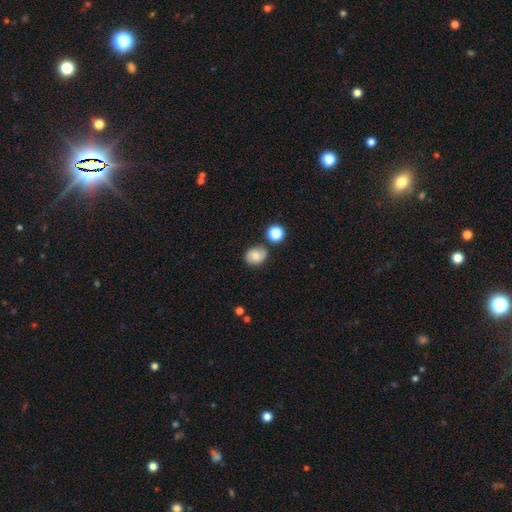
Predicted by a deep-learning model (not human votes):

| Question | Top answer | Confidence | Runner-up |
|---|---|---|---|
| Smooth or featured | smooth | 69% | featured or disk (20%) |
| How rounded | round | 52% | in between (47%) |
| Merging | none | 76% | minor disturbance (15%) |